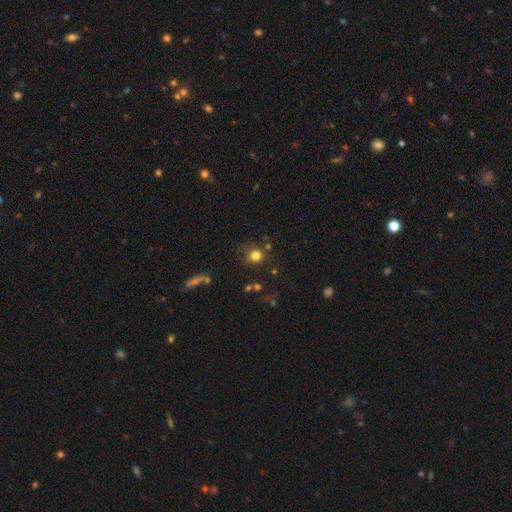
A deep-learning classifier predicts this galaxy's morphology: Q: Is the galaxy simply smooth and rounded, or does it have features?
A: smooth — 80%.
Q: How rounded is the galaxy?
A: round — 84%.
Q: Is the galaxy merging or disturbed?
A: none — 74%.